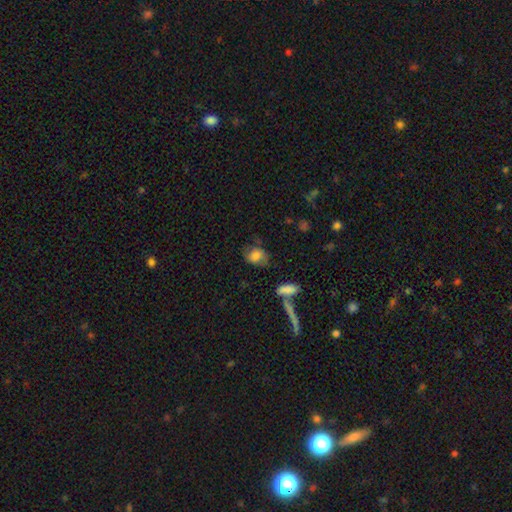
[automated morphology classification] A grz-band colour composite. It shows a smooth galaxy with no disk features (74%) that is in between round and cigar-shaped (64%). Merging: none (53%).